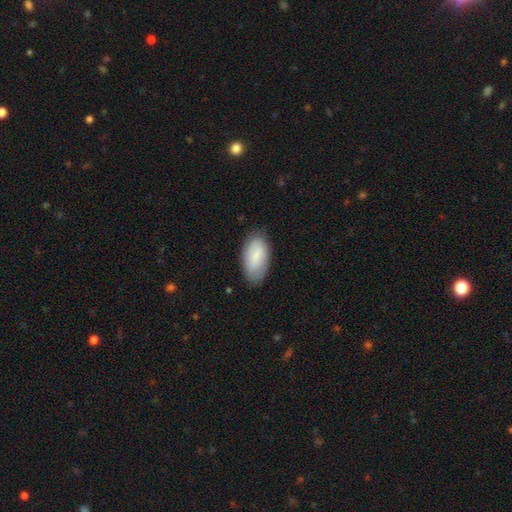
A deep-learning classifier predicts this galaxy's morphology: smooth-or-featured: smooth: 77% | featured or disk: 17% | star or artifact: 6%
  how-rounded: in between: 95% | cigar-shaped: 3% | round: 3%
  merging: none: 78% | minor disturbance: 17% | major disturbance: 4% | merger: 1%